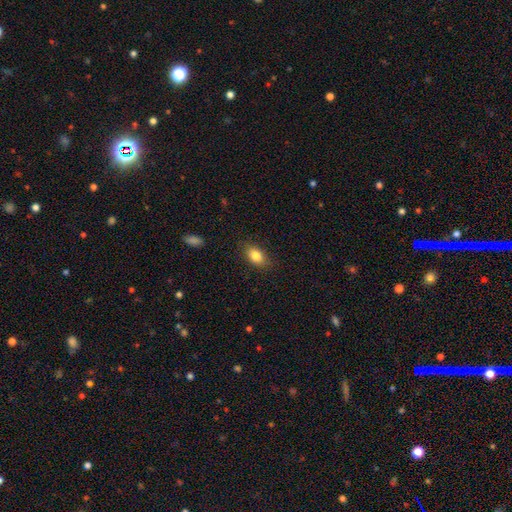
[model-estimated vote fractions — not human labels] This is clearly a smooth galaxy (83%). How rounded: clearly in between (83%). Merging: clearly none (83%).